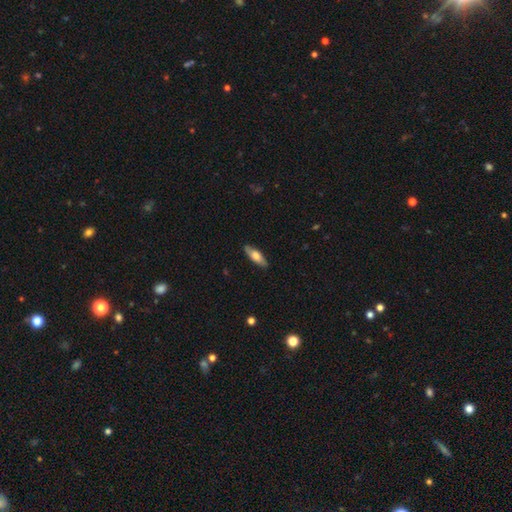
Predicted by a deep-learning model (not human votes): This appears to be a smooth galaxy with no disk features (63%) that is in between round and cigar-shaped (58%). Merging: none (83%).